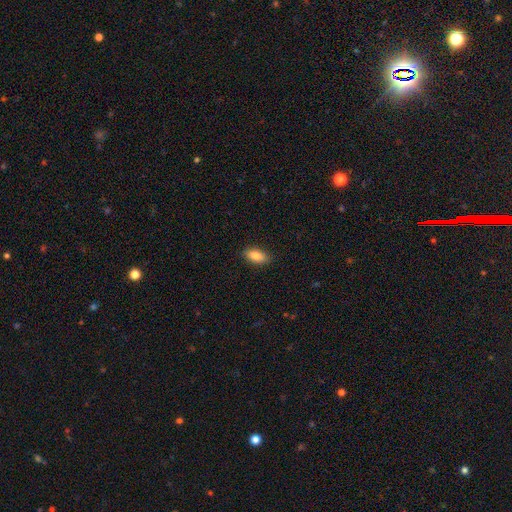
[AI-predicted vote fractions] A smooth galaxy with no disk features (85%) that is in between round and cigar-shaped (89%). Merging: none (88%).